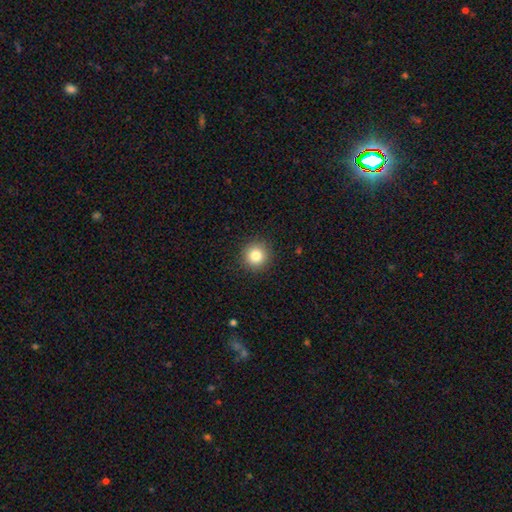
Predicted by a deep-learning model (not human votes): Smooth or featured?
  - smooth: 83% *
  - star or artifact: 11%
  - featured or disk: 6%
How rounded?
  - round: 95% *
  - in between: 4%
  - cigar-shaped: 1%
Merging?
  - none: 92% *
  - minor disturbance: 5%
  - major disturbance: 2%
  - merger: 1%